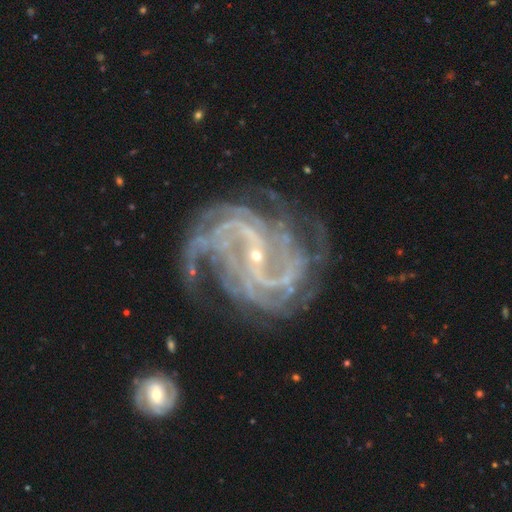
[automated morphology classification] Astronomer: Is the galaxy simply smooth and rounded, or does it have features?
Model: featured or disk — 92%.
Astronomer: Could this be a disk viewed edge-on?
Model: no — 98%.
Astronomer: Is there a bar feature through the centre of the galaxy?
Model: strong — 44% (runner-up: weak, 37%).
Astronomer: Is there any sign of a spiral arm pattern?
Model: yes — 98%.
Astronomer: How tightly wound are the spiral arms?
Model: medium — 43%, tied with tight at 43%.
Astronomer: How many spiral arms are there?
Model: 4 — 23% (runner-up: 2, 18%).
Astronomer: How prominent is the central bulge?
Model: small — 87%.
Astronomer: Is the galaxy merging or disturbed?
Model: none — 62%.